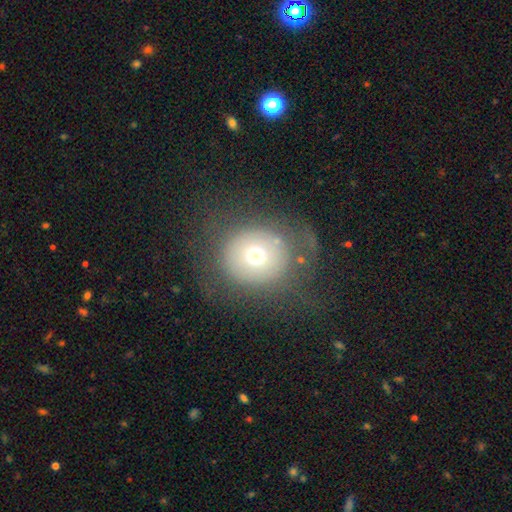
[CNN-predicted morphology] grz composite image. It shows a smooth galaxy with no disk features (61%) that is round (88%). Merging: none (63%).